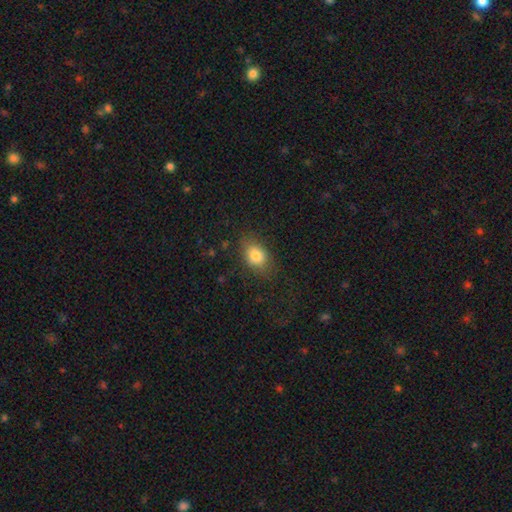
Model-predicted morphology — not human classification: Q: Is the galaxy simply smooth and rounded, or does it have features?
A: smooth — 81%.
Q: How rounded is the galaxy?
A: in between — 75%.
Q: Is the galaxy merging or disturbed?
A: none — 74%.